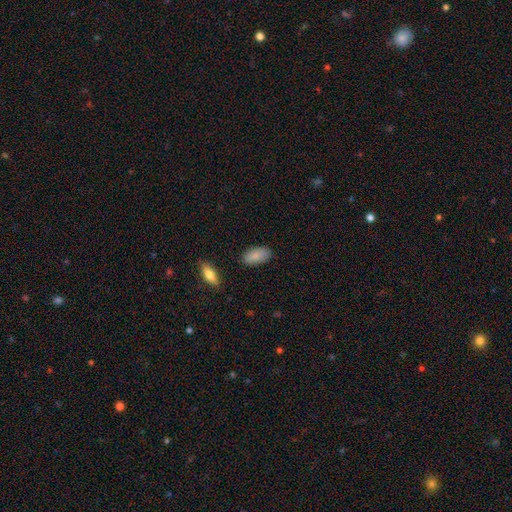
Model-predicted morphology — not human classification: This appears to be a smooth galaxy with no disk features (86%) that is in between round and cigar-shaped (93%). Merging: none (84%).